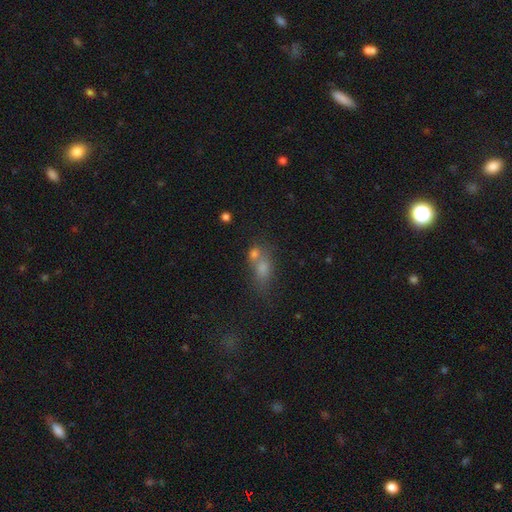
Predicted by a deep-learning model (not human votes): Q: Smooth or featured?
A: smooth (61%); runner-up: star or artifact (23%)
Q: How rounded?
A: in between (54%); runner-up: round (35%)
Q: Merging?
A: merger (45%); runner-up: none (38%)